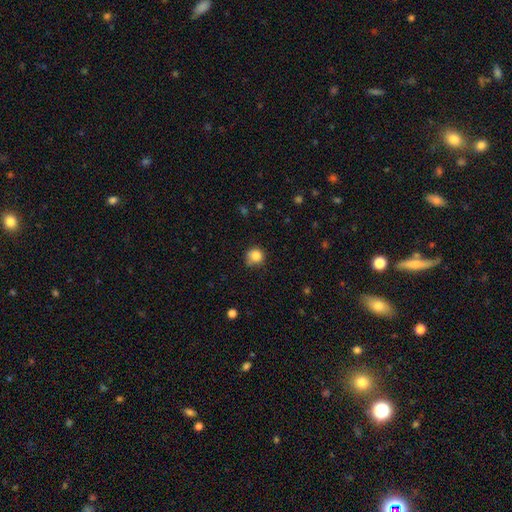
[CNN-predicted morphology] A smooth galaxy with no disk features (83%) that is round (86%). Merging: none (63%).